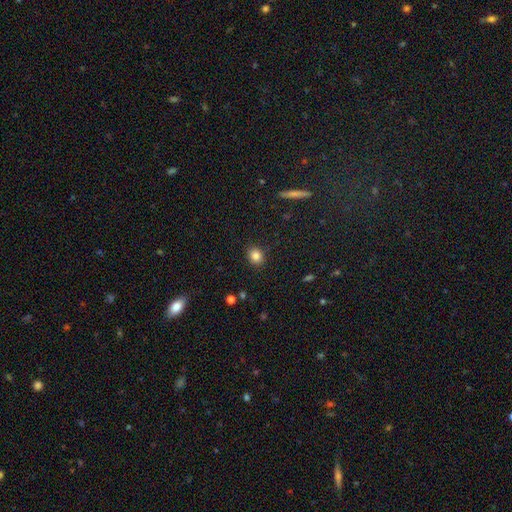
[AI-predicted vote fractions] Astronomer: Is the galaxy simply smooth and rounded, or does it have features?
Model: smooth — 84%.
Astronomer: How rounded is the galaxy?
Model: round — 59% (runner-up: in between, 40%).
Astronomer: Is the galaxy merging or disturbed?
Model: none — 88%.